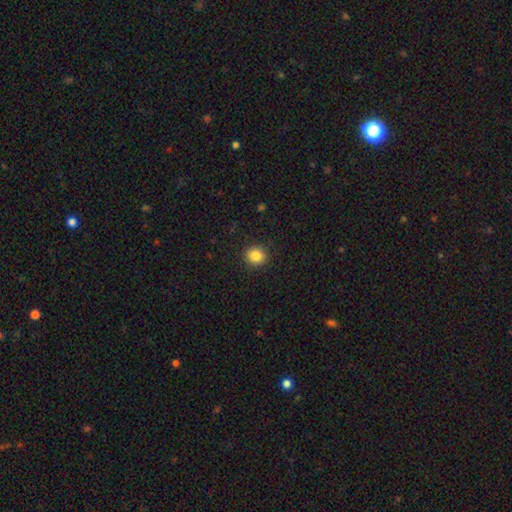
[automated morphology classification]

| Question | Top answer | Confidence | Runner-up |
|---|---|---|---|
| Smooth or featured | smooth | 85% | star or artifact (10%) |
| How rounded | round | 87% | in between (12%) |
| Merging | none | 92% | minor disturbance (6%) |